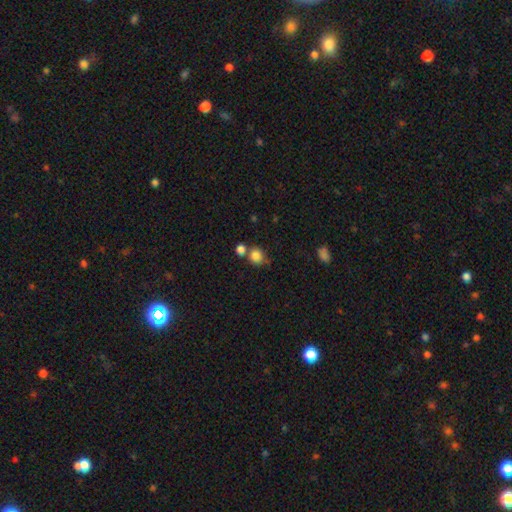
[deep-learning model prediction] The model was most divided on "merging": none: 60%, merger: 26%, minor disturbance: 10%, major disturbance: 4%. More confident: how rounded — round (84%); smooth or featured — smooth (83%).